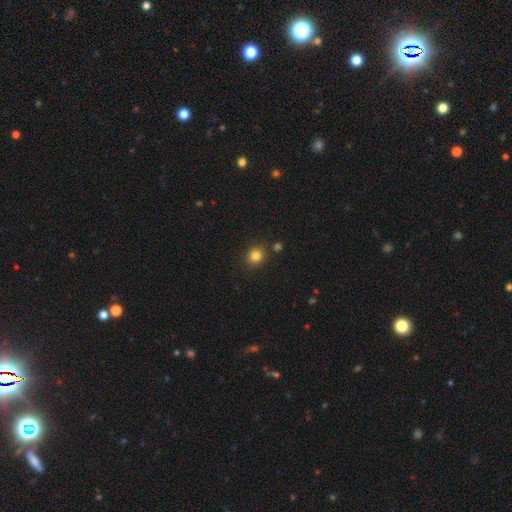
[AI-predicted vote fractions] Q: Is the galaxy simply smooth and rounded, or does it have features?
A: smooth — 82%.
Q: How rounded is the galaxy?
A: round — 81%.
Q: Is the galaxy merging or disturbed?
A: none — 84%.